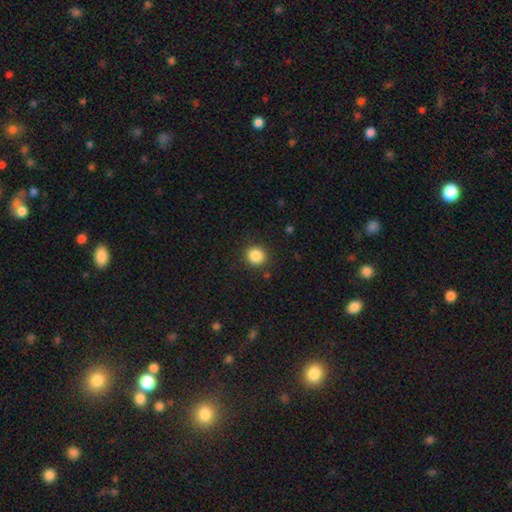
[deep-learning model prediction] smooth-or-featured: smooth: 86% | star or artifact: 10% | featured or disk: 4%
  how-rounded: round: 90% | in between: 10% | cigar-shaped: 1%
  merging: none: 89% | minor disturbance: 7% | major disturbance: 2% | merger: 1%